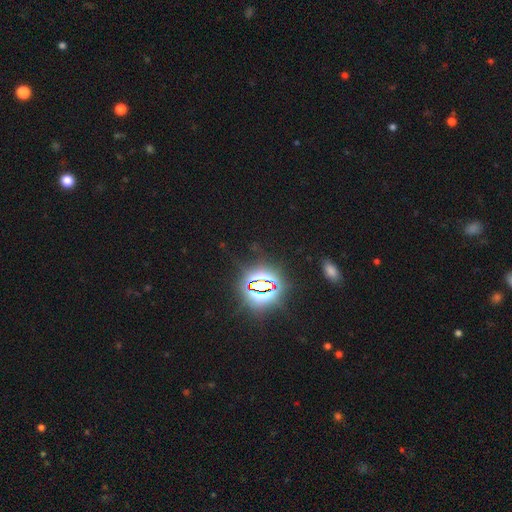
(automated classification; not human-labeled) Smooth or featured? Predicted: star or artifact (p=0.84).